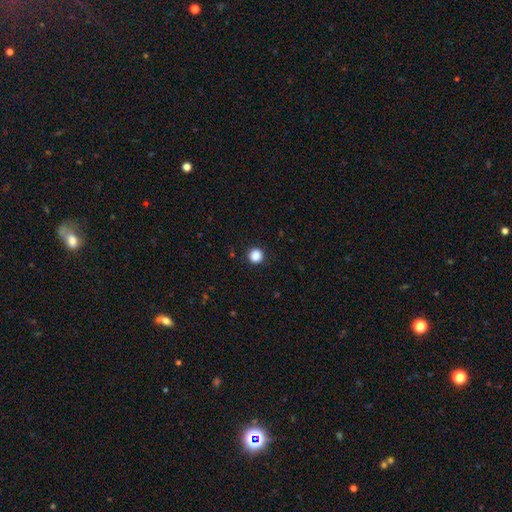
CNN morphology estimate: Smooth or featured? Predicted: smooth (p=0.87). How rounded? Predicted: round (p=0.94). Merging? Predicted: none (p=0.92).